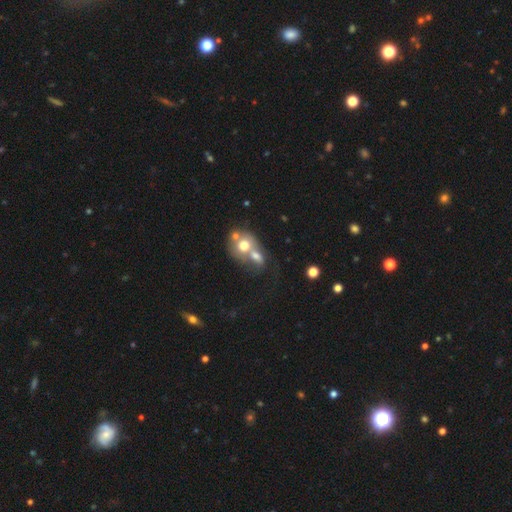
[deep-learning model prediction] Smooth or featured? Predicted: smooth (p=0.61). How rounded? Predicted: round (p=0.56). Merging? Predicted: merger (p=0.68).